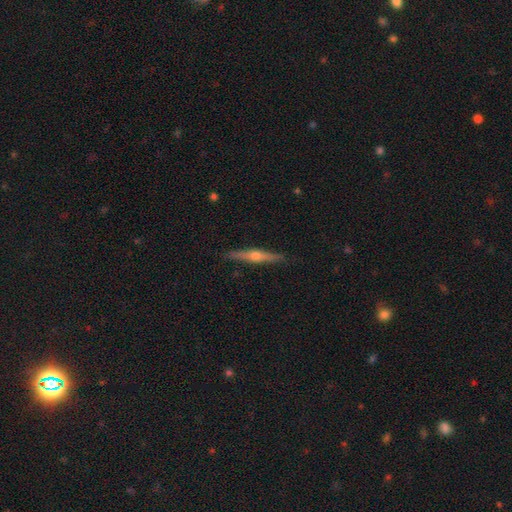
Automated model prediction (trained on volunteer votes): A featured or disk galaxy (75%) viewed edge-on (98%) with a rounded central bulge (91%). Merging: none (91%).